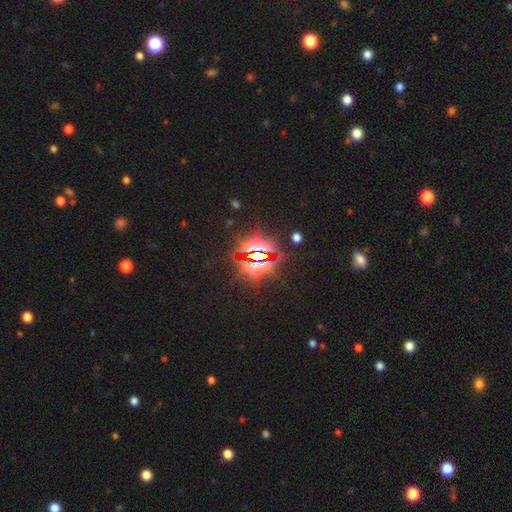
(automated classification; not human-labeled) Q: Smooth or featured?
A: star or artifact (81%); runner-up: smooth (11%)